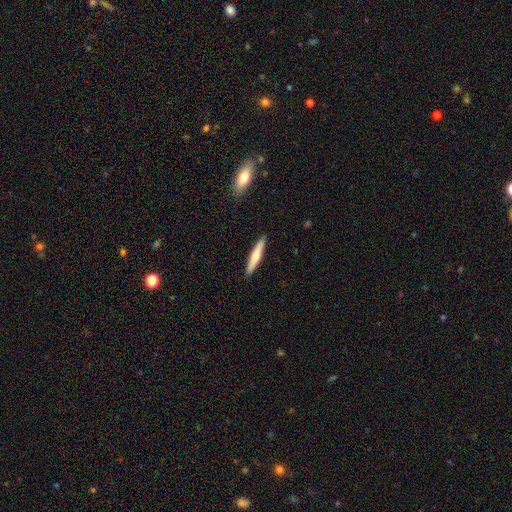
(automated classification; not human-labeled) smooth-or-featured: smooth: 60% | featured or disk: 35% | star or artifact: 5%
  how-rounded: cigar-shaped: 92% | in between: 7% | round: 1%
  merging: none: 91% | minor disturbance: 7% | major disturbance: 1% | merger: 1%